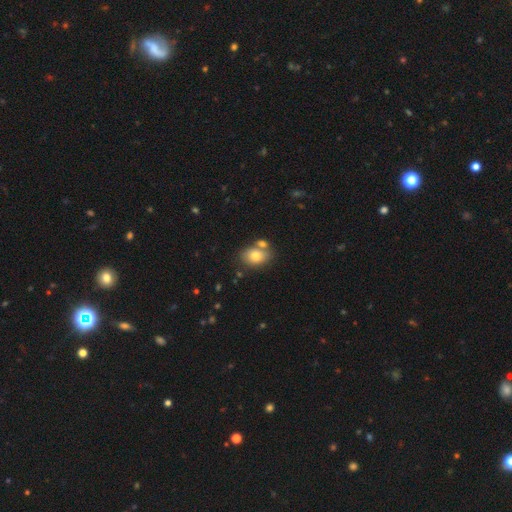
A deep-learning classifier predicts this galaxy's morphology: Smooth or featured? Predicted: smooth (p=0.77). How rounded? Predicted: in between (p=0.70). Merging? Predicted: none (p=0.60).